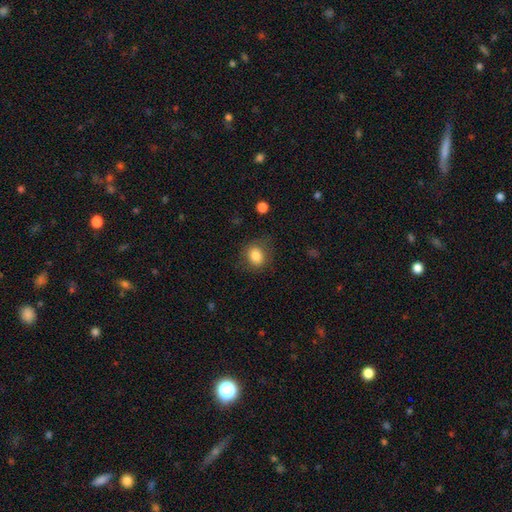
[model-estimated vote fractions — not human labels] Smooth or featured? Predicted: smooth (p=0.84). How rounded? Predicted: round (p=0.57). Merging? Predicted: none (p=0.76).